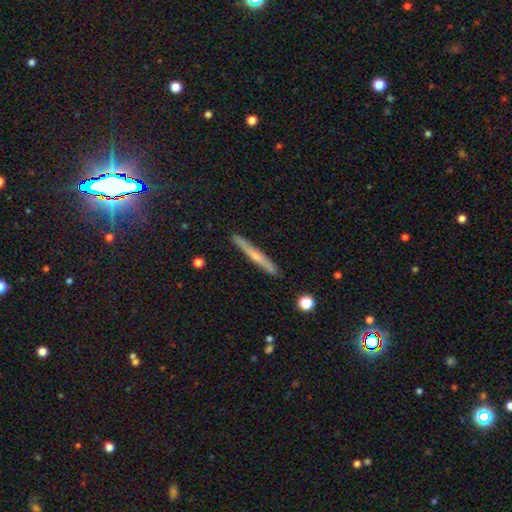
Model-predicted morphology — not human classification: Smooth or featured? Predicted: featured or disk (p=0.54). Edge-on disk? Predicted: yes (p=0.96). Edge-on bulge? Predicted: rounded (p=0.59). Merging? Predicted: none (p=0.90).